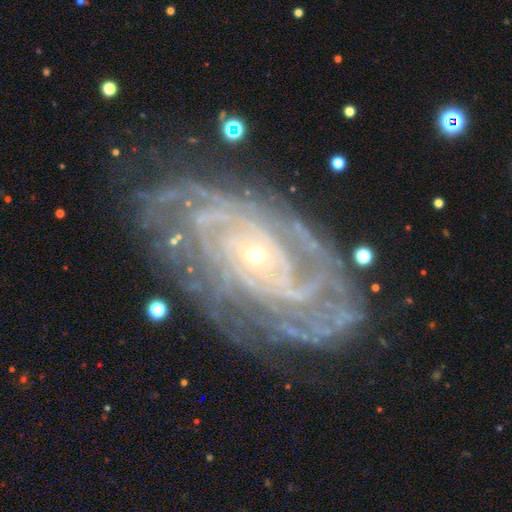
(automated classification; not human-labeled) Smooth or featured?
  - featured or disk: 90% *
  - star or artifact: 6%
  - smooth: 5%
Edge-on disk?
  - no: 95% *
  - yes: 5%
Bar?
  - no: 72% *
  - weak: 19%
  - strong: 9%
Spiral arms?
  - yes: 97% *
  - no: 3%
Spiral winding?
  - tight: 77% *
  - medium: 19%
  - loose: 4%
Spiral arm count?
  - can't tell: 26% *
  - 4: 19%
  - more than 4: 16%
  - 2: 16%
  - 3: 16%
  - 1: 8%
Bulge size?
  - small: 83% *
  - moderate: 13%
  - none: 2%
  - large: 1%
  - dominant: 1%
Merging?
  - none: 76% *
  - minor disturbance: 16%
  - major disturbance: 6%
  - merger: 2%